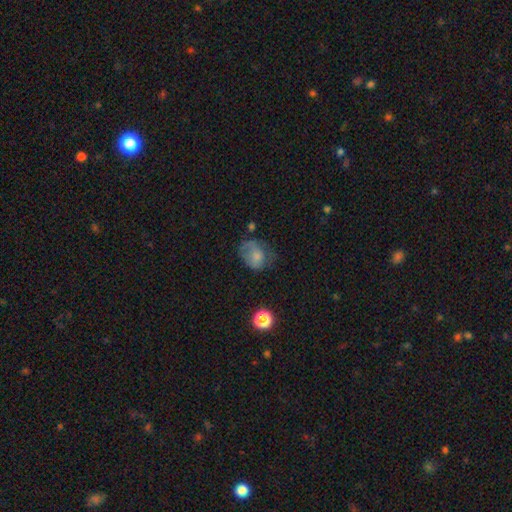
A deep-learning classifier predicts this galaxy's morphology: Smooth or featured? Predicted: smooth (p=0.64). How rounded? Predicted: in between (p=0.55). Merging? Predicted: none (p=0.36).